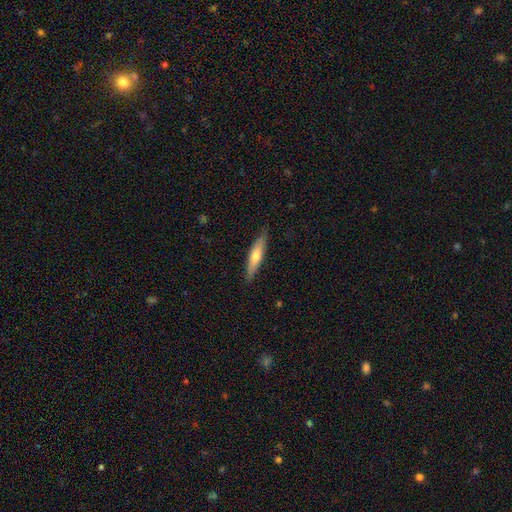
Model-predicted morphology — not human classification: A smooth galaxy with no disk features (58%) that is cigar-shaped (76%). Merging: none (85%).